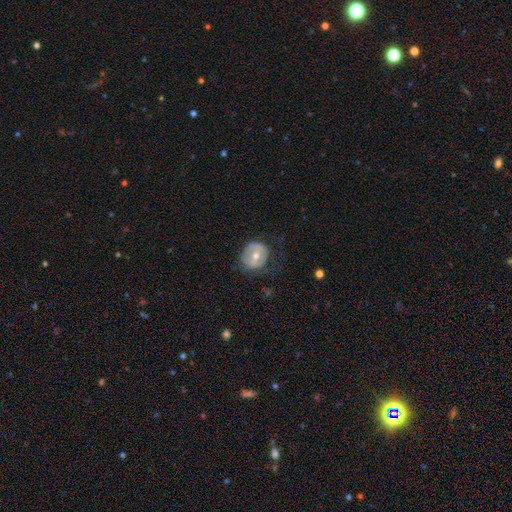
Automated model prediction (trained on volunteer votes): featured or disk 48%, smooth 44%, star or artifact 8%. Down the decision tree: merging — none (65%).